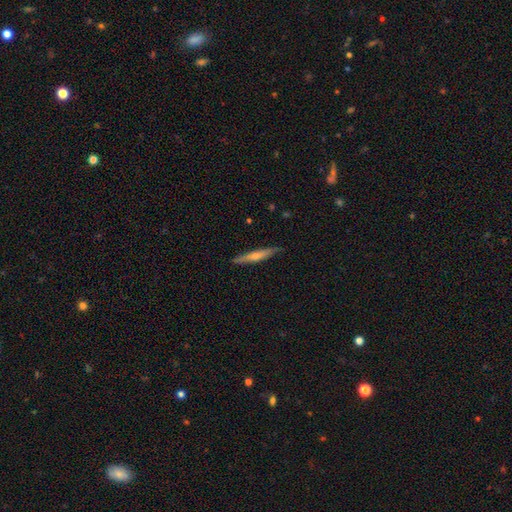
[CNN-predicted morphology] featured or disk 57%, smooth 37%, star or artifact 6%. Down the decision tree: edge-on disk — yes (95%); edge-on bulge — rounded (74%); merging — none (89%).